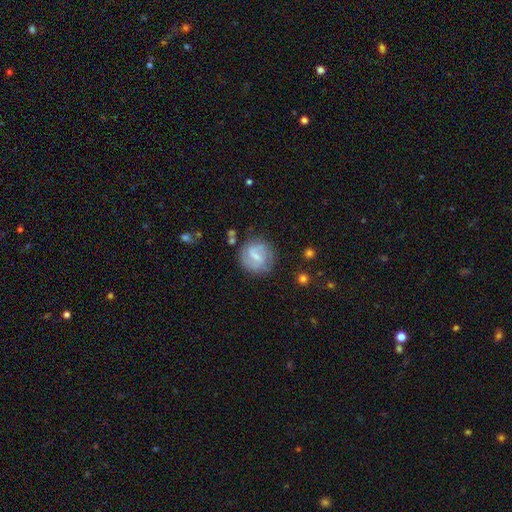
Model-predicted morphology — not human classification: smooth-or-featured: featured or disk: 65% | smooth: 28% | star or artifact: 7%
  disk-edge-on: no: 97% | yes: 3%
    bar: weak: 52% | strong: 34% | no: 14%
    has-spiral-arms: yes: 86% | no: 14%
      spiral-winding: medium: 44% | tight: 29% | loose: 27%
      spiral-arm-count: 2: 80% | can't tell: 11% | 1: 4% | 3: 2% | 4: 1% | more than 4: 1%
    bulge-size: small: 52% | moderate: 23% | none: 22% | large: 2% | dominant: 1%
  merging: none: 76% | minor disturbance: 15% | major disturbance: 6% | merger: 3%